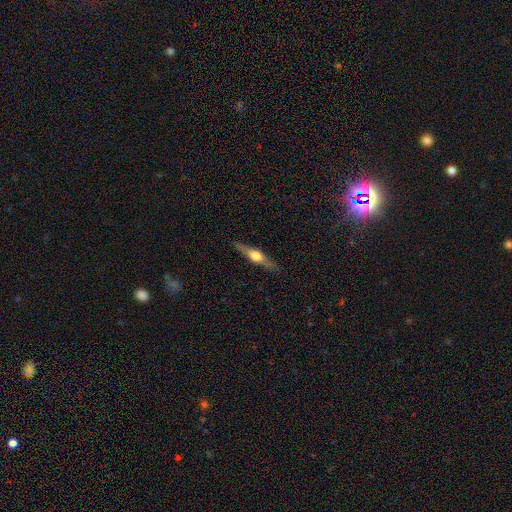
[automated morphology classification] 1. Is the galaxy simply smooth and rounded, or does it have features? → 68% featured or disk, 26% smooth, 6% star or artifact.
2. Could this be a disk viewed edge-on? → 96% yes, 4% no.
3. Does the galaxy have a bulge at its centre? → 94% rounded, 4% boxy, 2% none.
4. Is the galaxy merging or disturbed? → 89% none, 8% minor disturbance, 2% major disturbance, 1% merger.